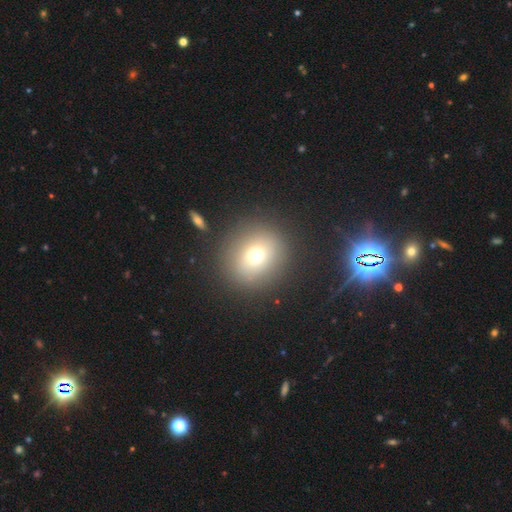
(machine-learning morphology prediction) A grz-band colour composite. It shows a smooth galaxy with no disk features (70%) that is round (87%). Merging: none (87%).